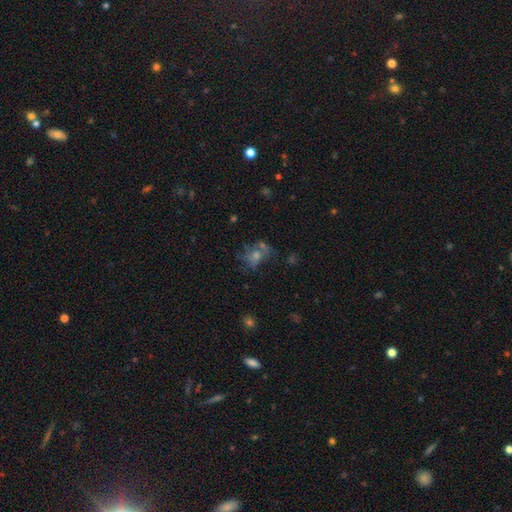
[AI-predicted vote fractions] Morphology: type=featured or disk (42%); merging=none (49%).